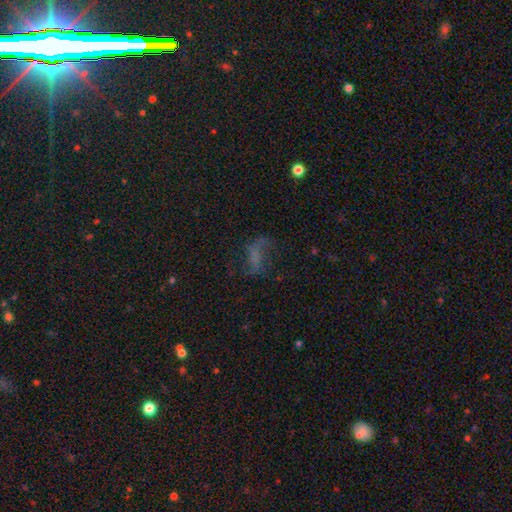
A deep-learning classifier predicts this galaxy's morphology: smooth-or-featured: featured or disk: 38% | smooth: 37% | star or artifact: 25%
  merging: none: 45% | major disturbance: 32% | minor disturbance: 19% | merger: 3%